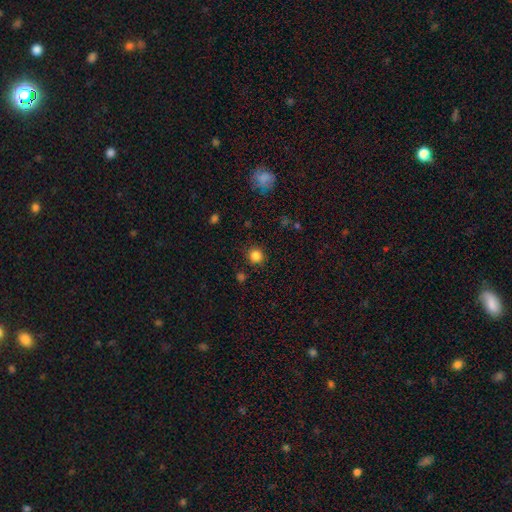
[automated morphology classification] This is clearly a smooth galaxy (83%). How rounded: clearly round (92%). Merging: clearly none (89%).